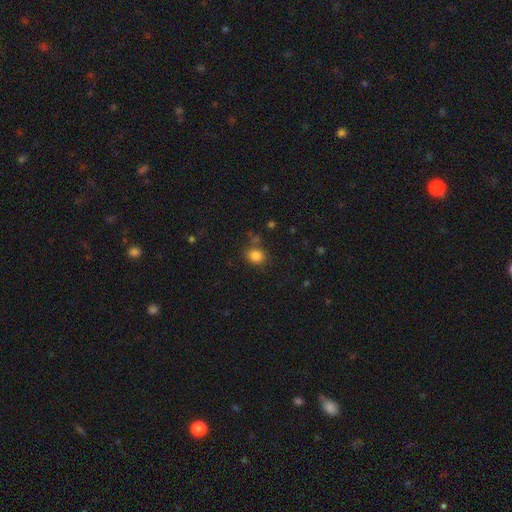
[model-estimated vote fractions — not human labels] This appears to be a smooth galaxy with no disk features (83%) that is round (70%). Merging: none (77%).